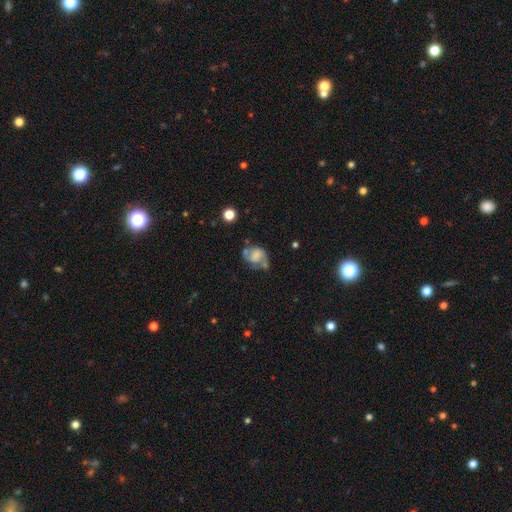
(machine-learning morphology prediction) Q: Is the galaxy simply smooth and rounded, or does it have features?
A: featured or disk — 54%.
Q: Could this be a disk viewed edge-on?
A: no — 97%.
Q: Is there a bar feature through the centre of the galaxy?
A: no — 59%.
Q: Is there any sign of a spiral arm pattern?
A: yes — 73%.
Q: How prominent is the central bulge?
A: none — 48%.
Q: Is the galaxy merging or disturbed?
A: none — 40%.